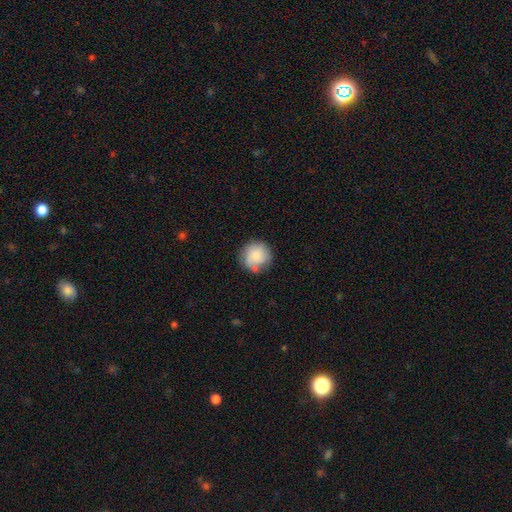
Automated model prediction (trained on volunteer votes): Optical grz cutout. It shows a smooth galaxy with no disk features (75%) that is round (92%). Merging: none (68%).